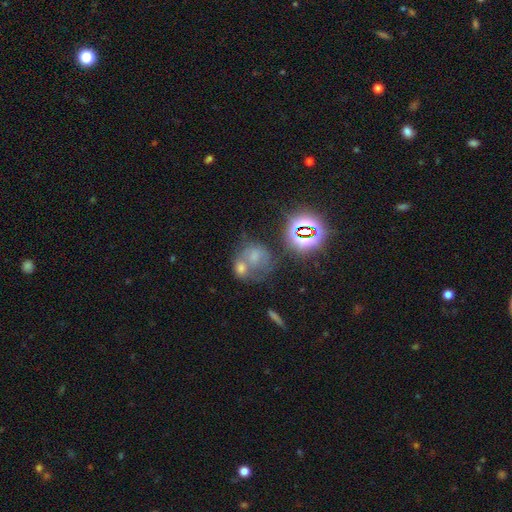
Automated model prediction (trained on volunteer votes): Overall: smooth (52%; star or artifact 24%). How rounded: round (66%; in between 33%). Merging: merger (50%; none 26%).